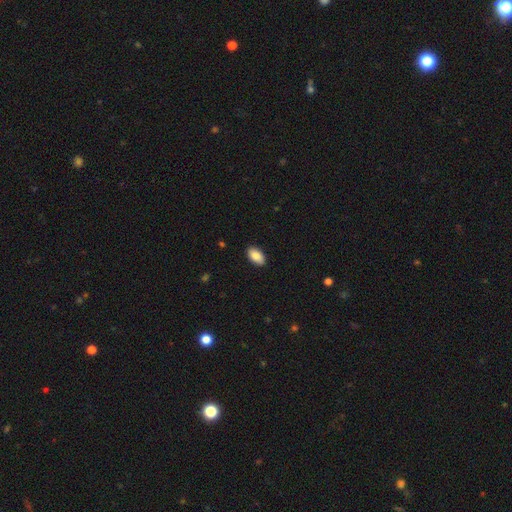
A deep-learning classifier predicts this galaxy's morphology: Smooth or featured? smooth (86%)
How rounded? in between (95%)
Merging? none (90%)